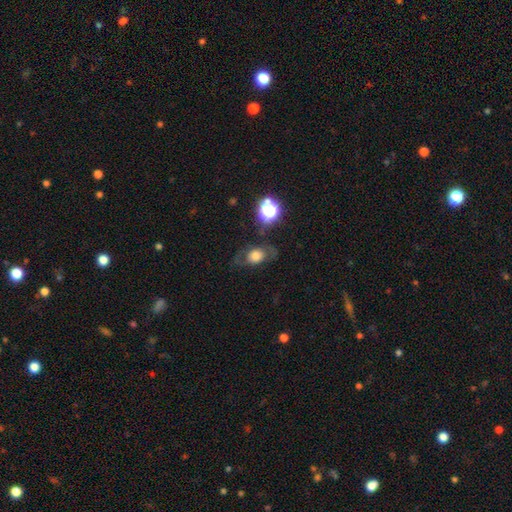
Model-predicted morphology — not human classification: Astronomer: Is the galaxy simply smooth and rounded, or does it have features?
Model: smooth — 51% (runner-up: featured or disk, 36%).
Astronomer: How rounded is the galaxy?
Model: in between — 57% (runner-up: round, 41%).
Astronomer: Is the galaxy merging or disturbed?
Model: none — 62%.